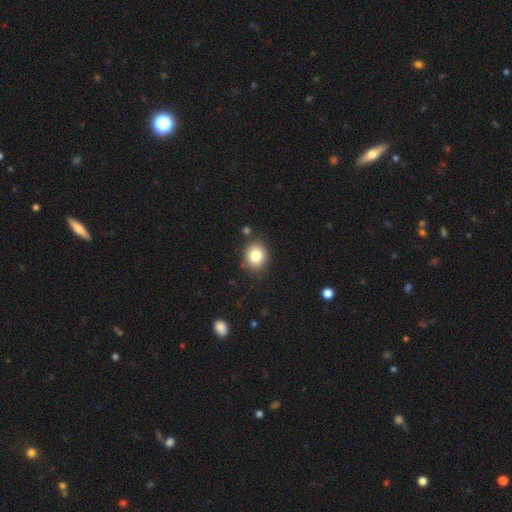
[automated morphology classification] A smooth galaxy with no disk features (82%) that is round (63%). Merging: none (83%).